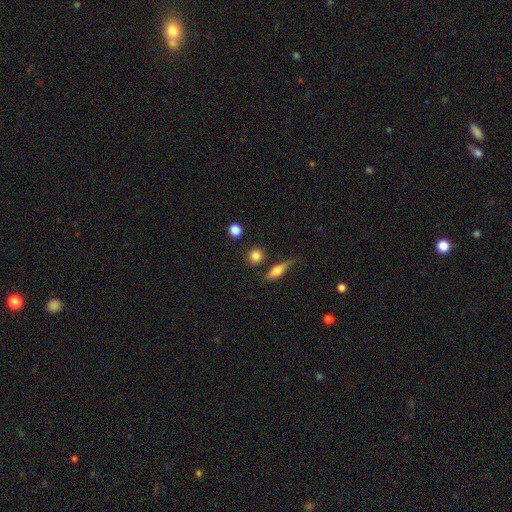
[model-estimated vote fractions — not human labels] This is clearly a smooth galaxy (83%). How rounded: clearly round (83%). Merging: clearly none (80%).